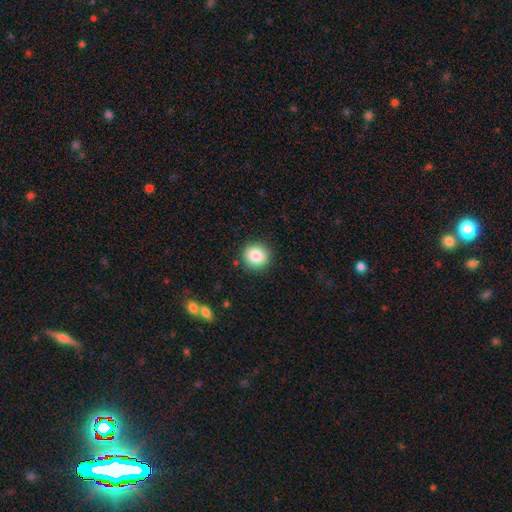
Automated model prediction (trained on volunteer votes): Overall: smooth (85%). How rounded: round (92%). Merging: none (90%).